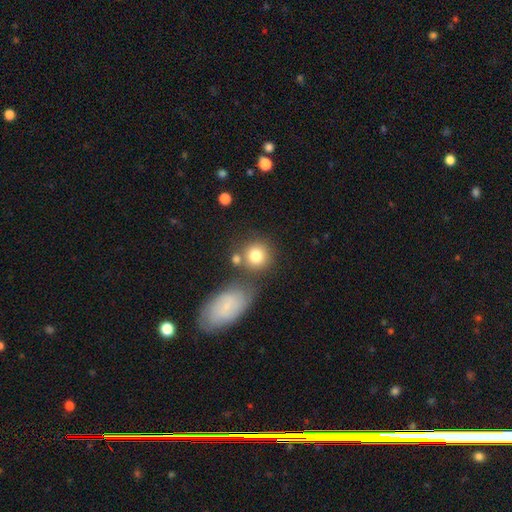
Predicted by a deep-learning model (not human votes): This appears to be a smooth galaxy with no disk features (80%) that is round (86%). Merging: none (61%).